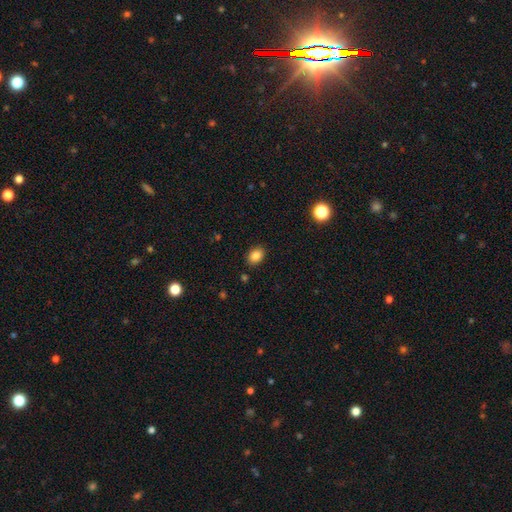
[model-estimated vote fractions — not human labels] The model was most divided on "how rounded": in between: 77%, round: 22%, cigar-shaped: 1%. More confident: merging — none (87%); smooth or featured — smooth (85%).